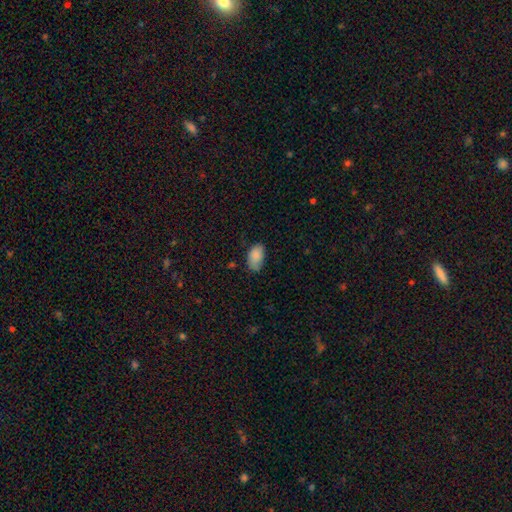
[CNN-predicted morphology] A smooth galaxy with no disk features (86%) that is in between round and cigar-shaped (93%).

Vote fractions:
- Smooth or featured? smooth: 86% / star or artifact: 7% / featured or disk: 6%
- How rounded? in between: 93% / round: 6% / cigar-shaped: 1%
- Merging? none: 64% / minor disturbance: 29% / major disturbance: 5% / merger: 2%